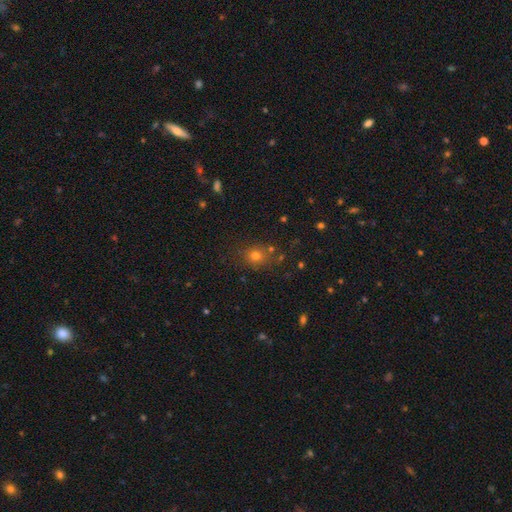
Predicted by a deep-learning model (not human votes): Smooth or featured?
  - smooth: 71% *
  - star or artifact: 20%
  - featured or disk: 9%
How rounded?
  - round: 72% *
  - in between: 27%
  - cigar-shaped: 1%
Merging?
  - none: 78% *
  - minor disturbance: 12%
  - merger: 6%
  - major disturbance: 4%